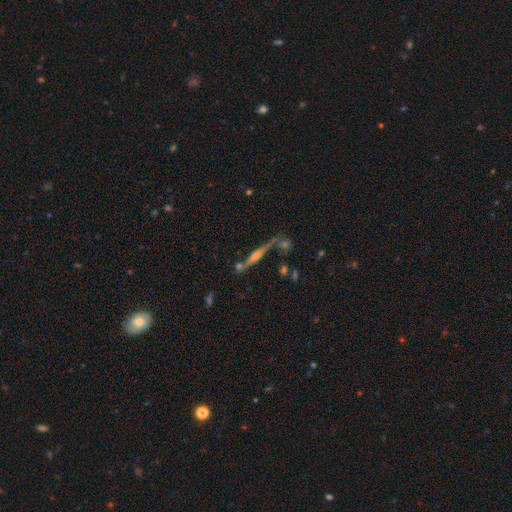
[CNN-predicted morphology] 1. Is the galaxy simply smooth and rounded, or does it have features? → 77% featured or disk, 14% smooth, 9% star or artifact.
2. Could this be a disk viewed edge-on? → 96% yes, 4% no.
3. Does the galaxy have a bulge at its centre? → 84% rounded, 8% boxy, 8% none.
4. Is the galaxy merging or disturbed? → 69% none, 14% minor disturbance, 12% merger, 5% major disturbance.